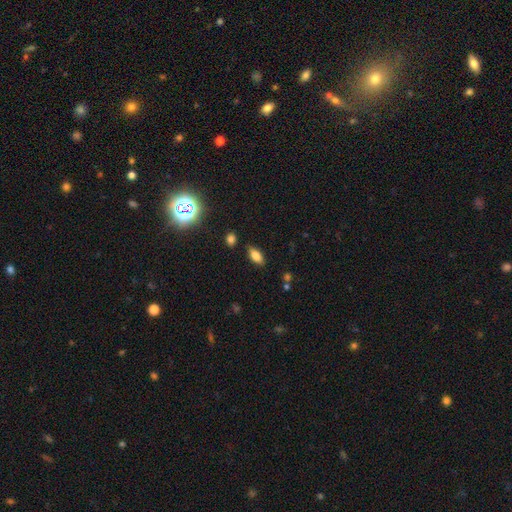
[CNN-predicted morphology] Smooth or featured? smooth (77%)
How rounded? in between (86%)
Merging? none (85%)